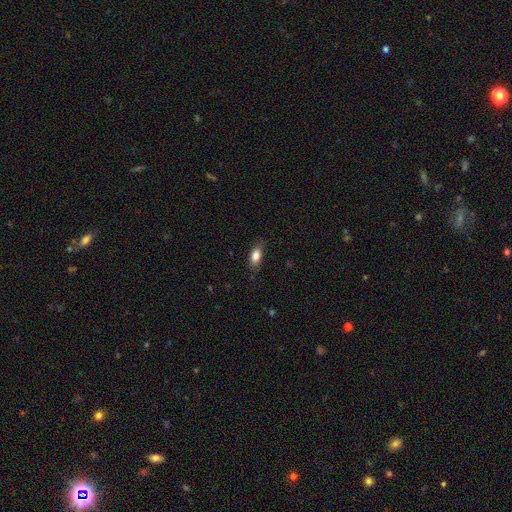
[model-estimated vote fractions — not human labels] Smooth or featured: smooth — 85% (star or artifact — 8%)
How rounded: in between — 85% (cigar-shaped — 10%)
Merging: none — 78% (minor disturbance — 17%)